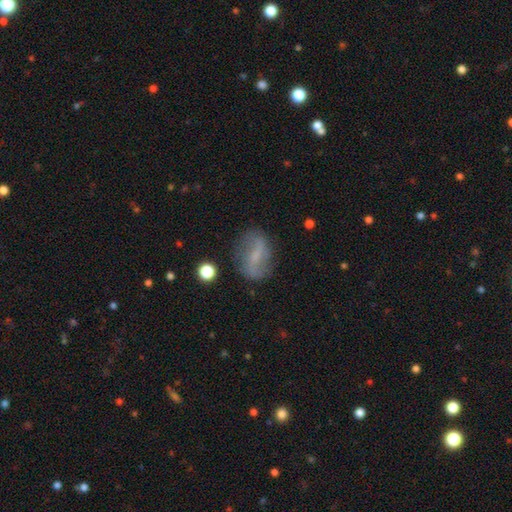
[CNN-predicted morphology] This is possibly a featured or disk galaxy (60%). It is clearly not viewed edge-on (94%). Bar: marginally weak (43%). Spiral arm pattern: likely yes (76%). Central bulge: possibly small (47%). Merging: likely none (75%).